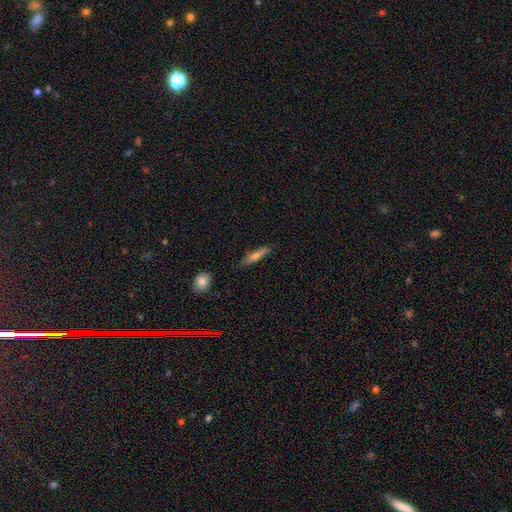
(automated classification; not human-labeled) A smooth galaxy with no disk features (55%) that is cigar-shaped (85%).

Vote fractions:
- Smooth or featured? smooth: 55% / featured or disk: 36% / star or artifact: 9%
- How rounded? cigar-shaped: 85% / in between: 13% / round: 2%
- Merging? none: 79% / minor disturbance: 16% / major disturbance: 3% / merger: 2%